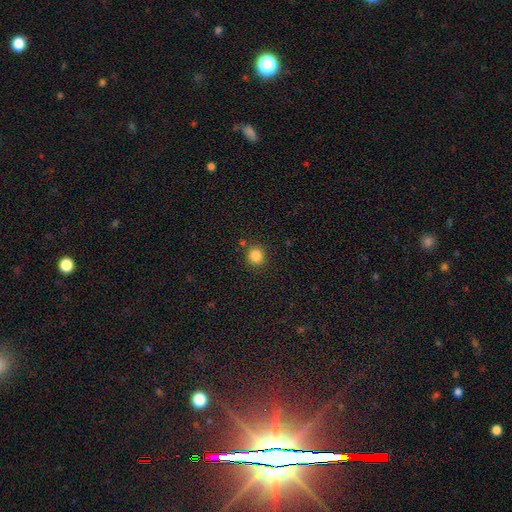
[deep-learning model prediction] The model was most divided on "smooth or featured": smooth: 85%, star or artifact: 11%, featured or disk: 4%. More confident: how rounded — round (88%); merging — none (85%).